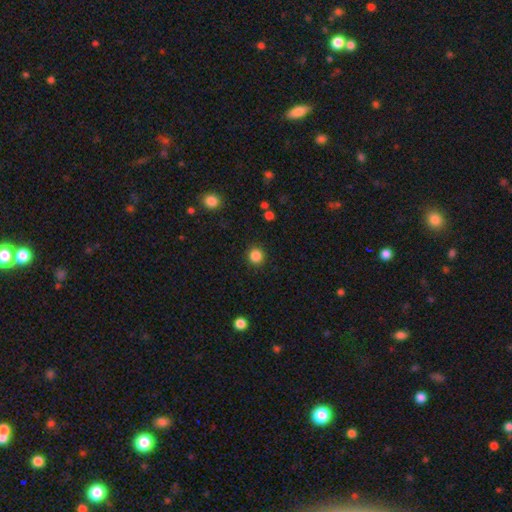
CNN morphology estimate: The model was most divided on "smooth or featured": smooth: 85%, star or artifact: 11%, featured or disk: 3%. More confident: how rounded — round (94%); merging — none (92%).